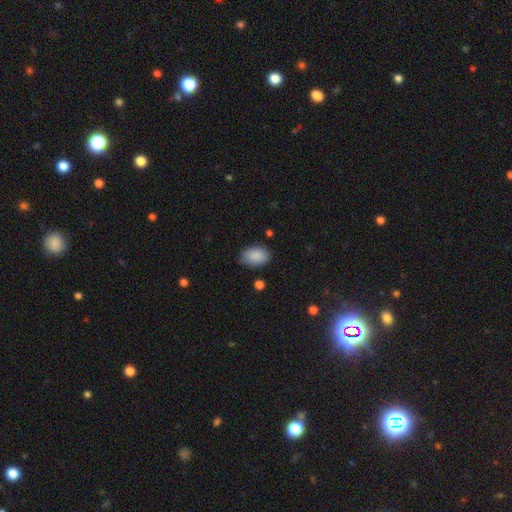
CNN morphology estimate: The model was most divided on "merging": none: 81%, minor disturbance: 14%, major disturbance: 3%, merger: 2%. More confident: smooth or featured — smooth (89%); how rounded — in between (88%).